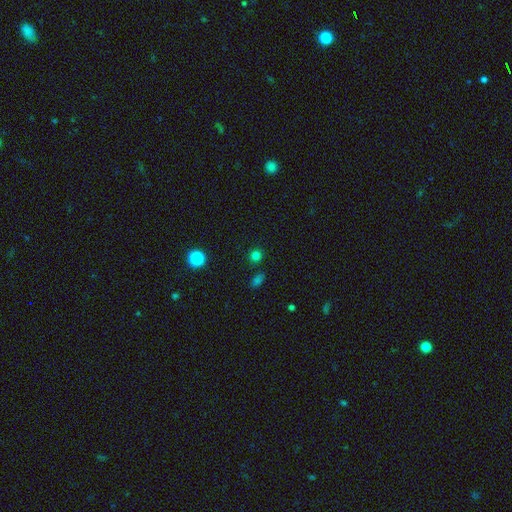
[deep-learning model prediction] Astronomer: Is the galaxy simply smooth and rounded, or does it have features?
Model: smooth — 75%.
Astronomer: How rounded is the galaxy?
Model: round — 89%.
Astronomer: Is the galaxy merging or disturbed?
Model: none — 86%.